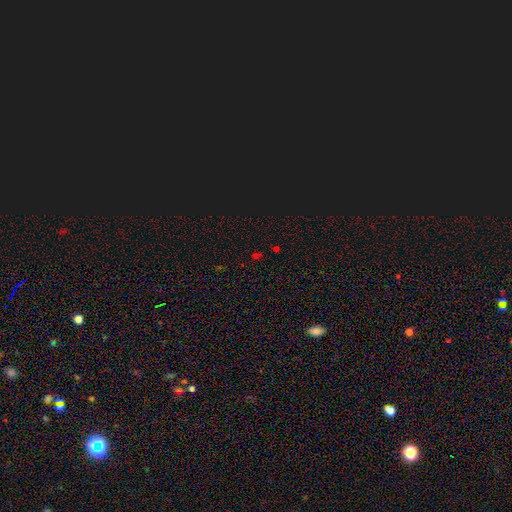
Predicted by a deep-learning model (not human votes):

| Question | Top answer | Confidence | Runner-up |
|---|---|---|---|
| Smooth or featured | star or artifact | 64% | smooth (29%) |